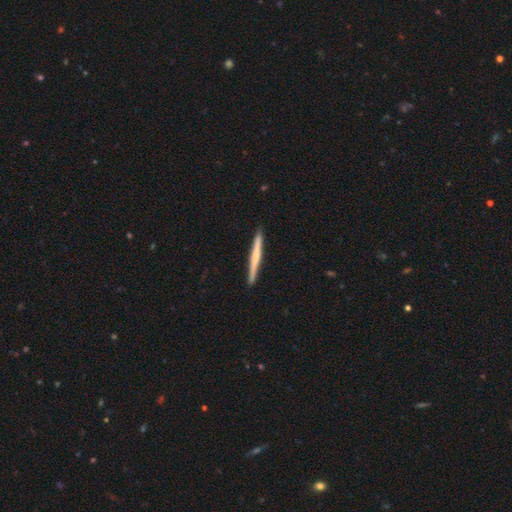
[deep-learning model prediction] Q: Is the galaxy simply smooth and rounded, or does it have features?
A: featured or disk — 48%.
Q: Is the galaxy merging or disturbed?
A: none — 92%.